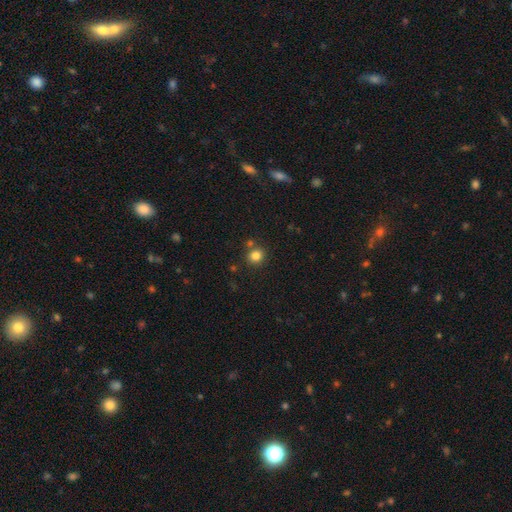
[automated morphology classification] This is clearly a smooth galaxy (82%). How rounded: clearly round (85%). Merging: likely none (78%).